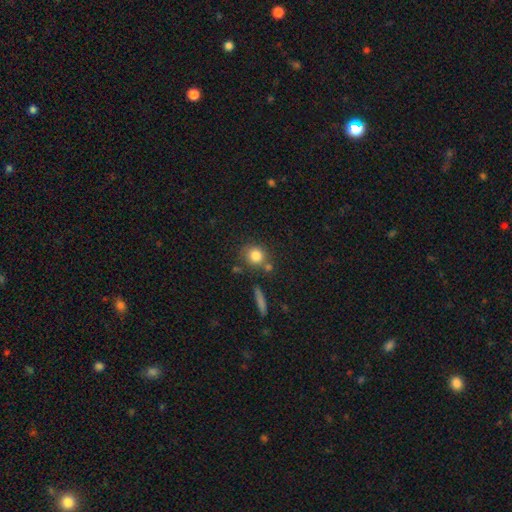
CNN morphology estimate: type=smooth (82%); roundness=round (84%); merging=none (68%).